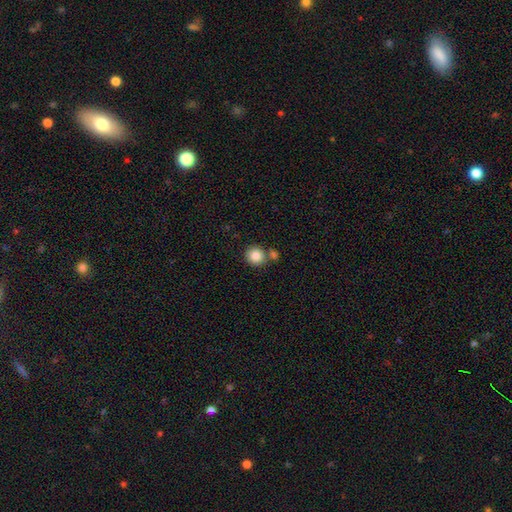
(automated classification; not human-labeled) smooth_or_featured: smooth (p=0.85) [alt: star or artifact p=0.09]
how_rounded: round (p=0.91) [alt: in between p=0.08]
merging: none (p=0.68) [alt: merger p=0.21]